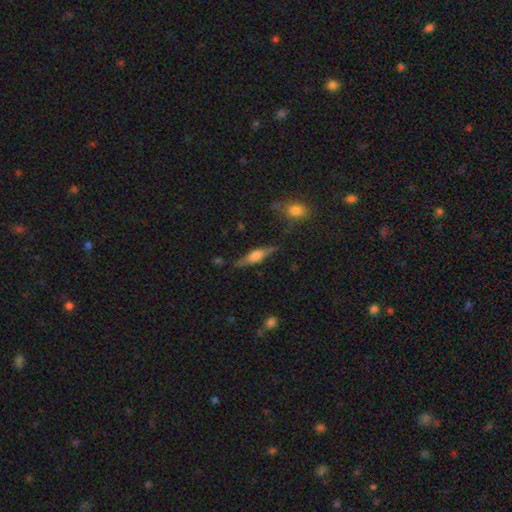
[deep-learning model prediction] smooth_or_featured: featured or disk (p=0.63) [alt: smooth p=0.30]
disk_edge_on: yes (p=0.95) [alt: no p=0.05]
edge_on_bulge: rounded (p=0.78) [alt: boxy p=0.18]
merging: none (p=0.80) [alt: minor disturbance p=0.14]